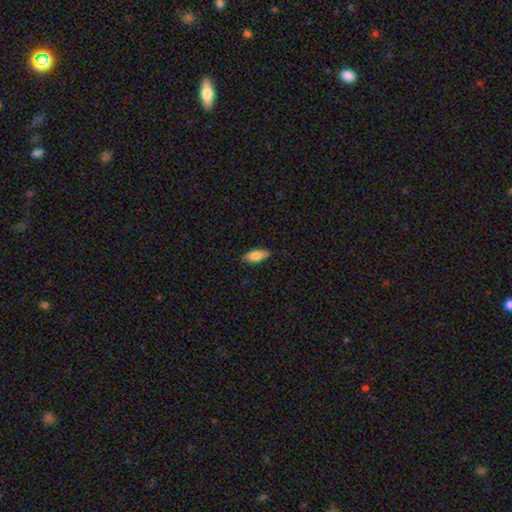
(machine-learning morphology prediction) type=smooth (77%); roundness=in between (75%); merging=none (88%).